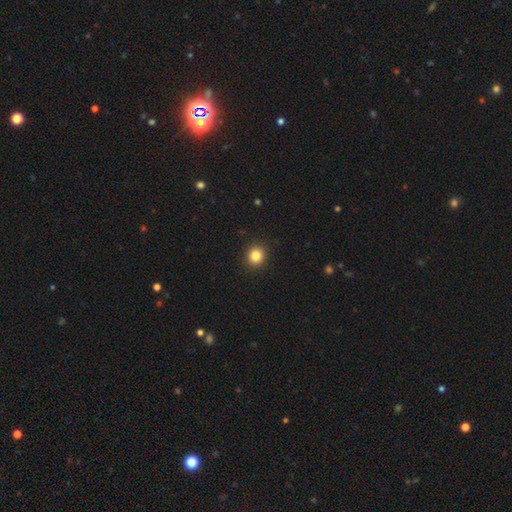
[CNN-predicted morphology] Smooth or featured? smooth (84%)
How rounded? round (89%)
Merging? none (92%)